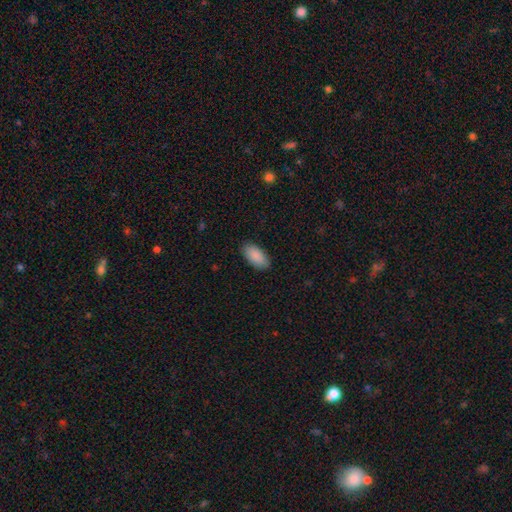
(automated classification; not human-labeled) A smooth galaxy with no disk features (90%) that is in between round and cigar-shaped (94%). Merging: none (88%).